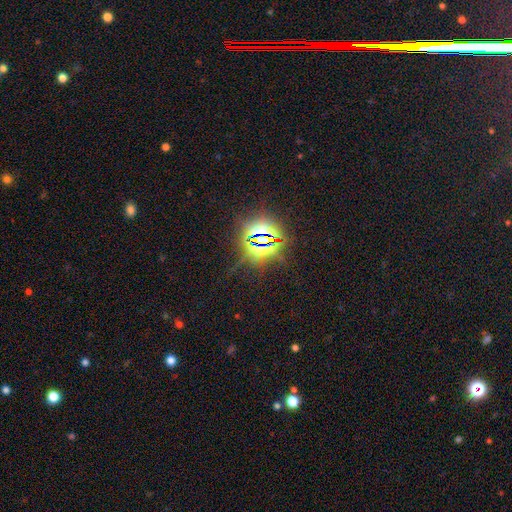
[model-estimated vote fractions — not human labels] A star or artifact, not a galaxy (84%).

Vote fractions:
- Smooth or featured? star or artifact: 84% / smooth: 9% / featured or disk: 6%